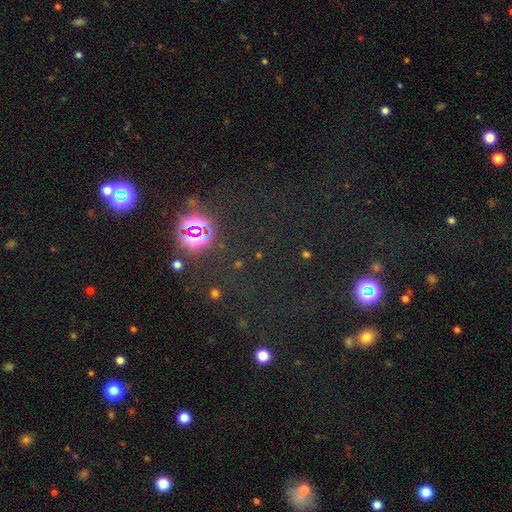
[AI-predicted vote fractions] smooth_or_featured: star or artifact (p=0.66) [alt: smooth p=0.24]